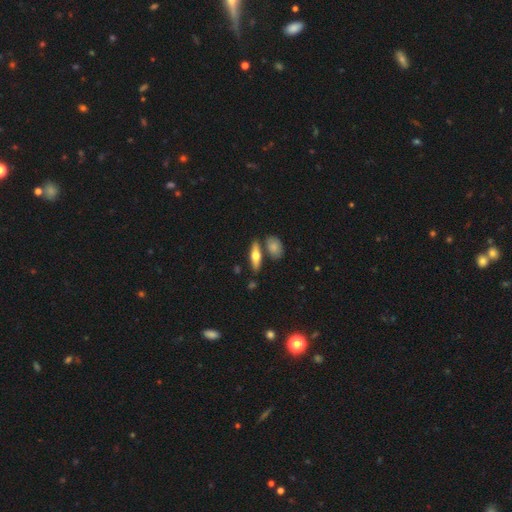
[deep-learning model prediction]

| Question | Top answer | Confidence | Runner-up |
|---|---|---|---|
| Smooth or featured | smooth | 51% | featured or disk (42%) |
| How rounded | cigar-shaped | 51% | in between (45%) |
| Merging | none | 76% | merger (11%) |